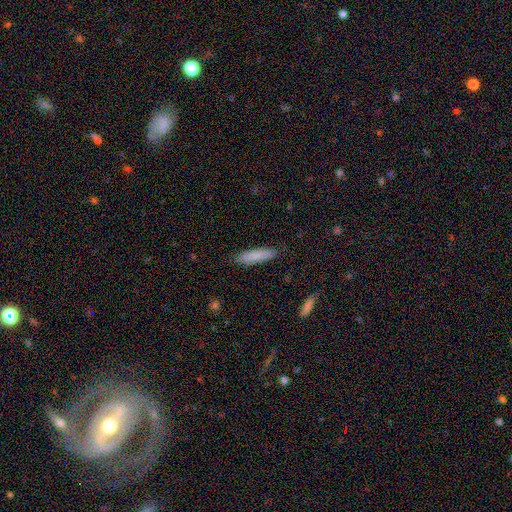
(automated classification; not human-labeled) The model was most divided on "how rounded": cigar-shaped: 77%, in between: 21%, round: 1%. More confident: merging — none (87%); smooth or featured — smooth (84%).